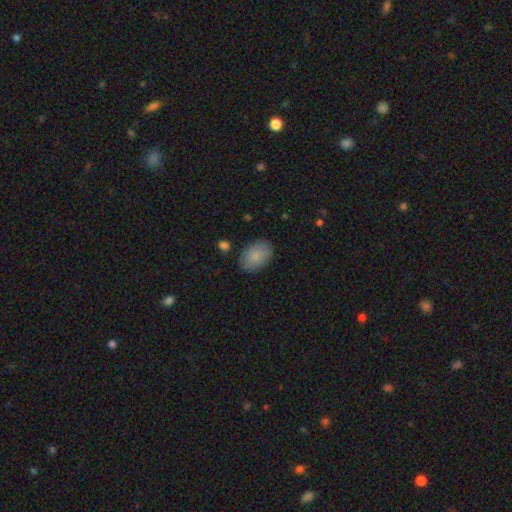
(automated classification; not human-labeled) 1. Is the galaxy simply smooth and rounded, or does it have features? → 85% smooth, 9% featured or disk, 7% star or artifact.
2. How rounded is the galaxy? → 88% in between, 11% round, 1% cigar-shaped.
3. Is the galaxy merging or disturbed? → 83% none, 12% minor disturbance, 3% major disturbance, 2% merger.